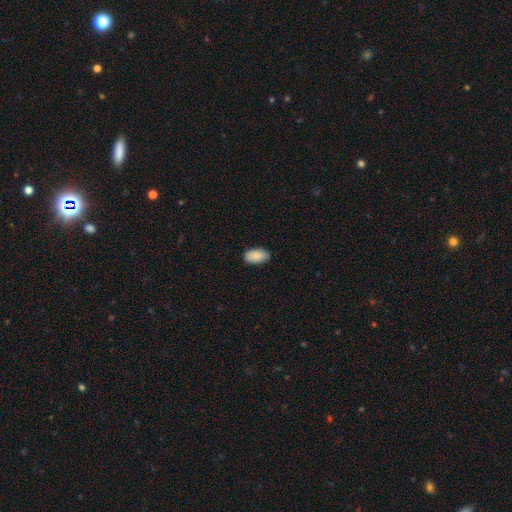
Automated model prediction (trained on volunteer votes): This appears to be a smooth galaxy with no disk features (90%) that is in between round and cigar-shaped (95%). Merging: none (87%).